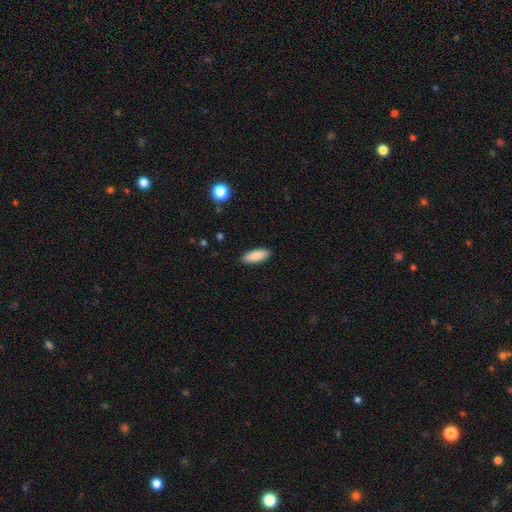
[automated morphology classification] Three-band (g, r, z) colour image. It shows a smooth galaxy with no disk features (87%) that is in between round and cigar-shaped (77%). Merging: none (88%).